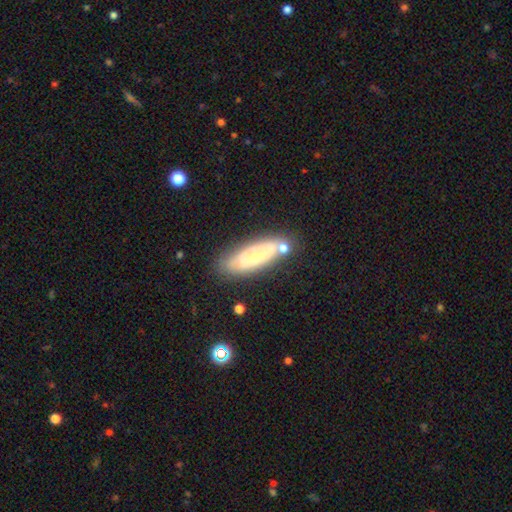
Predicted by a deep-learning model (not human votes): The model was most divided on "how rounded": in between: 50%, cigar-shaped: 48%, round: 2%. More confident: merging — none (69%); smooth or featured — smooth (51%).